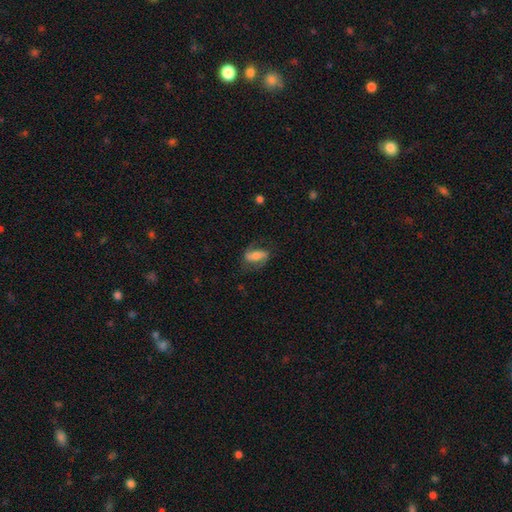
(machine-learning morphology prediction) A featured or disk galaxy (64%) with a strong bar (36%), 2 (88%) medium (42%) spiral arms (91%) and a moderate central bulge (44%).

Vote fractions:
- Smooth or featured? featured or disk: 64% / smooth: 28% / star or artifact: 8%
- Edge-on disk? no: 95% / yes: 5%
- Bar? strong: 36% / weak: 33% / no: 32%
- Spiral arms? yes: 91% / no: 9%
- Spiral winding? medium: 42% / loose: 41% / tight: 18%
- Spiral arm count? 2: 88% / can't tell: 5% / 1: 4% / 3: 1% / 4: 1% / more than 4: 1%
- Bulge size? moderate: 44% / small: 35% / large: 12% / none: 7% / dominant: 3%
- Merging? none: 69% / minor disturbance: 18% / major disturbance: 11% / merger: 1%